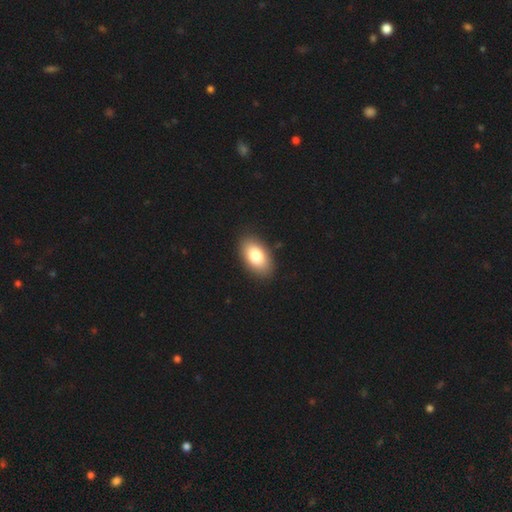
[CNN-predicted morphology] Overall: smooth (81%). How rounded: in between (94%). Merging: none (88%).